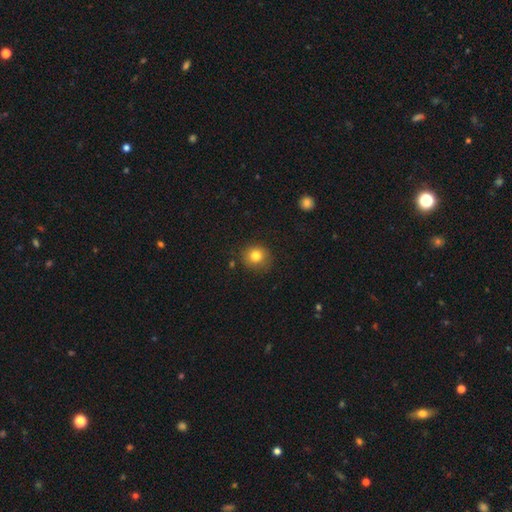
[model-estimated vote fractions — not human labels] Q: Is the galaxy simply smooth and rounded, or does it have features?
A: smooth — 81%.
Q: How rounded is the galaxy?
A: round — 86%.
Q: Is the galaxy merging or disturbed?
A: none — 84%.